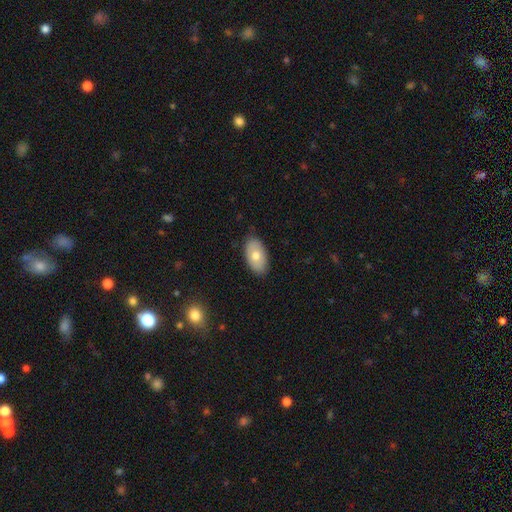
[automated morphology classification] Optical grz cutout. It shows a smooth galaxy with no disk features (69%) that is in between round and cigar-shaped (93%). Merging: none (83%).